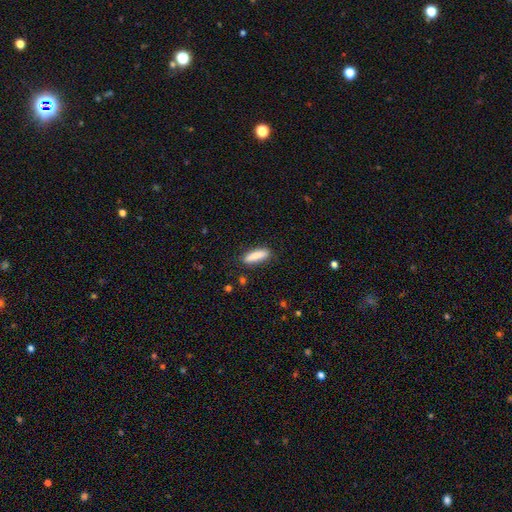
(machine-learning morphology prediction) Smooth or featured: smooth — 83% (featured or disk — 10%)
How rounded: cigar-shaped — 56% (in between — 42%)
Merging: none — 85% (minor disturbance — 11%)